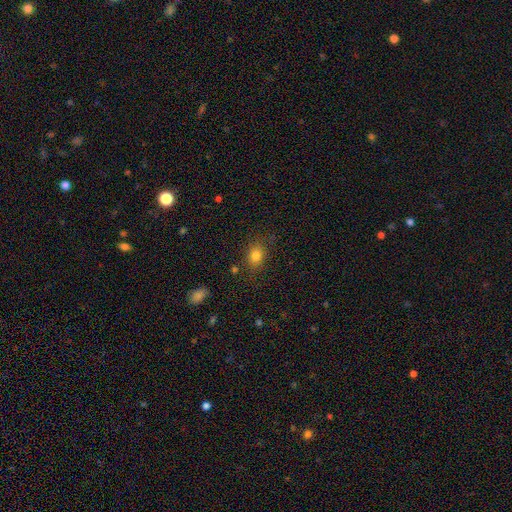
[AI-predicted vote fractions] This is clearly a smooth galaxy (81%). How rounded: possibly in between (53%). Merging: clearly none (80%).